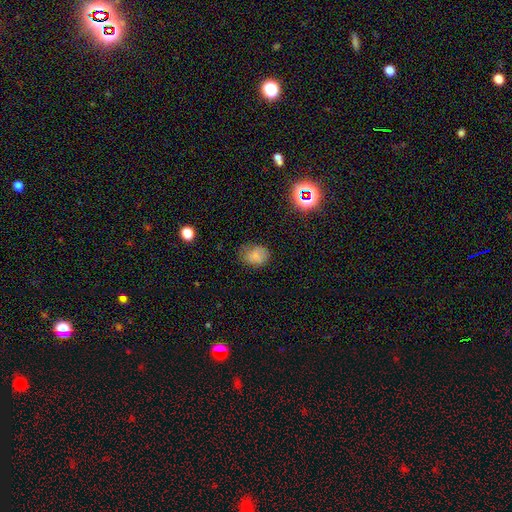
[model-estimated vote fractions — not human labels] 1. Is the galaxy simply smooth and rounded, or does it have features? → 75% smooth, 14% star or artifact, 10% featured or disk.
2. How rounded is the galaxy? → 59% in between, 40% round, 1% cigar-shaped.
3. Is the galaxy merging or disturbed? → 60% none, 29% minor disturbance, 9% major disturbance, 2% merger.